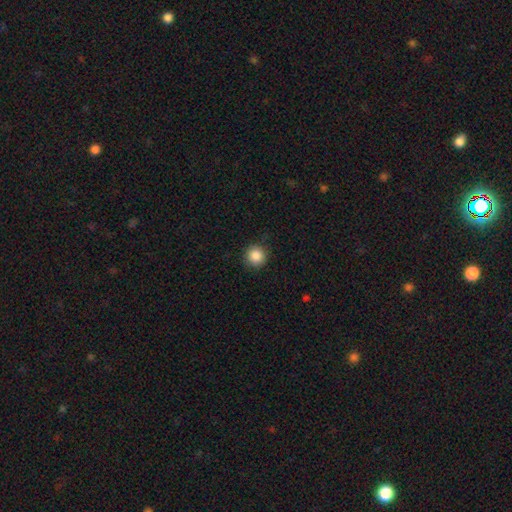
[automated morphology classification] This appears to be a smooth galaxy with no disk features (87%) that is round (95%). Merging: none (89%).